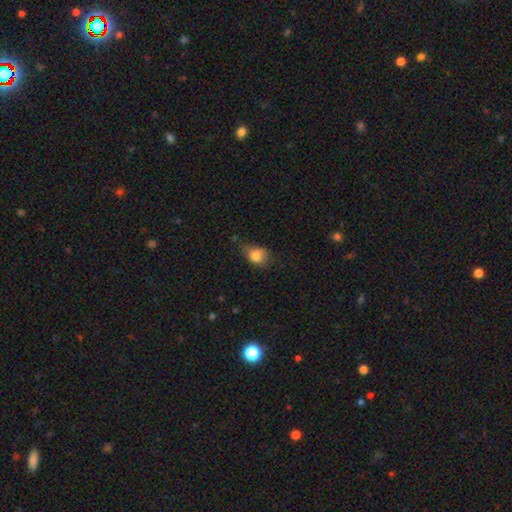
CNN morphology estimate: This appears to be a smooth galaxy with no disk features (78%) that is in between round and cigar-shaped (58%). Merging: minor disturbance (41%).